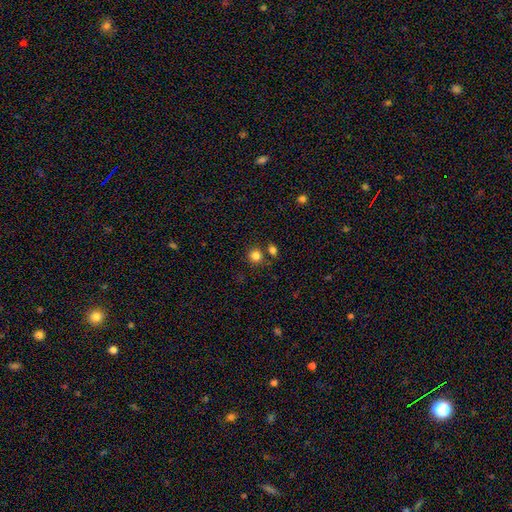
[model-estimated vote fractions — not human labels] A smooth galaxy with no disk features (83%) that is round (88%). Merging: none (75%).